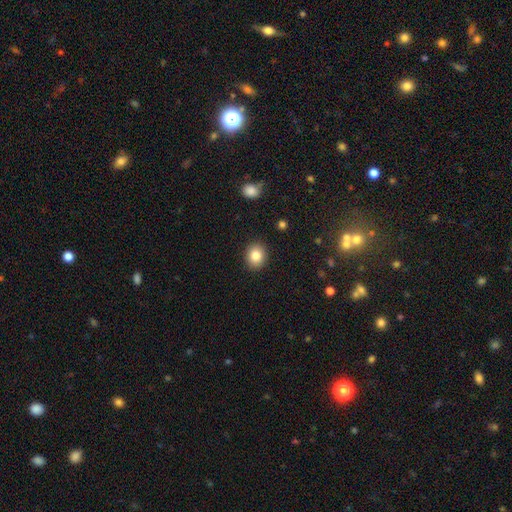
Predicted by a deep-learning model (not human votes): The model was most divided on "how rounded": round: 70%, in between: 29%, cigar-shaped: 1%. More confident: merging — none (90%); smooth or featured — smooth (84%).